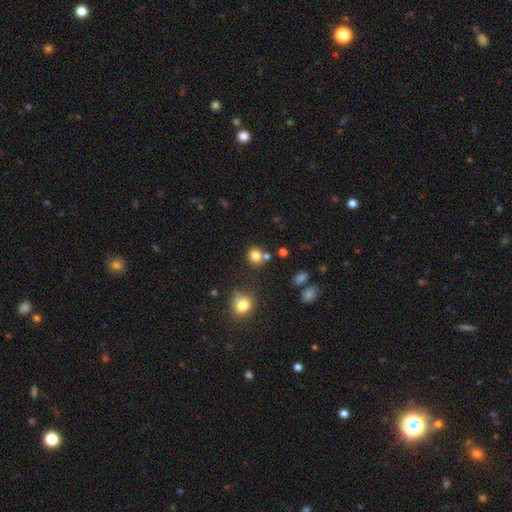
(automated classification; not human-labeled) Smooth or featured: smooth — 81% (star or artifact — 13%)
How rounded: round — 85% (in between — 14%)
Merging: none — 74% (merger — 13%)